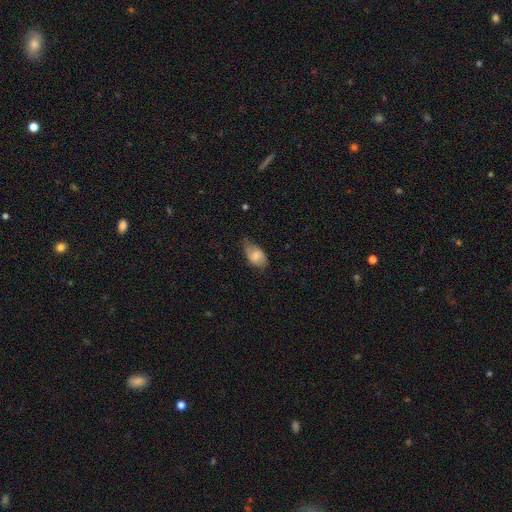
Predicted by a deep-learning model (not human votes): Overall: smooth (73%). How rounded: in between (91%). Merging: none (52%; minor disturbance 37%).